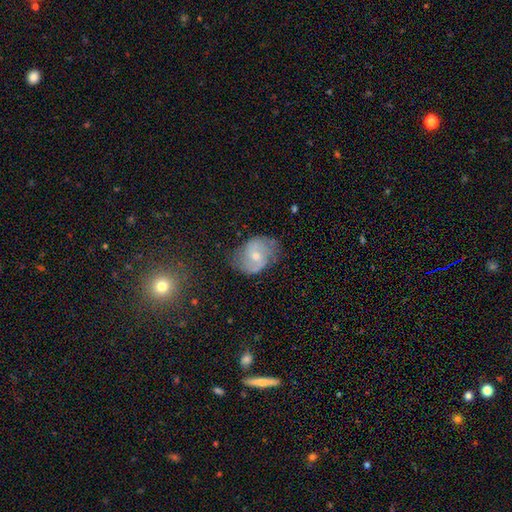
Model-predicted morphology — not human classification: smooth-or-featured: featured or disk: 64% | smooth: 29% | star or artifact: 7%
  disk-edge-on: no: 97% | yes: 3%
    bar: no: 52% | weak: 40% | strong: 8%
    has-spiral-arms: yes: 85% | no: 15%
      spiral-winding: medium: 44% | loose: 35% | tight: 21%
      spiral-arm-count: 2: 84% | can't tell: 10% | 1: 2% | 3: 2% | 4: 1% | more than 4: 1%
    bulge-size: moderate: 51% | small: 44% | large: 2% | none: 2% | dominant: 1%
  merging: none: 66% | minor disturbance: 24% | major disturbance: 8% | merger: 2%